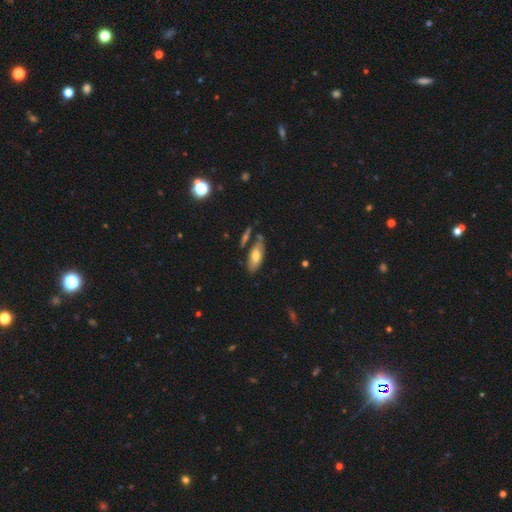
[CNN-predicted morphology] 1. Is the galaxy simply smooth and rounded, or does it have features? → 65% smooth, 28% featured or disk, 7% star or artifact.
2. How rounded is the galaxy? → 80% in between, 18% cigar-shaped, 2% round.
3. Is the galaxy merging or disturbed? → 71% none, 16% minor disturbance, 9% merger, 4% major disturbance.